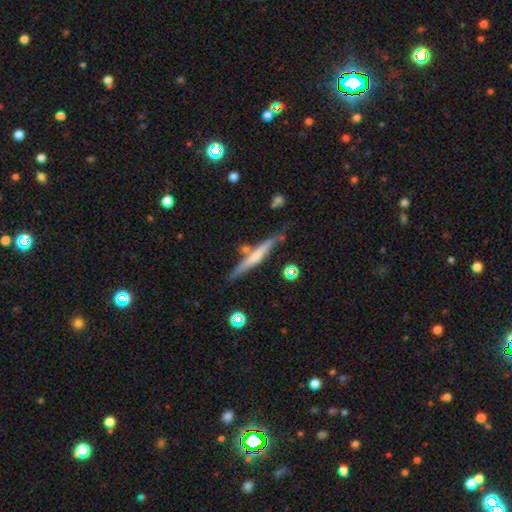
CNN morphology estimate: type=featured or disk (52%); edge-on=yes (95%); merging=none (73%).